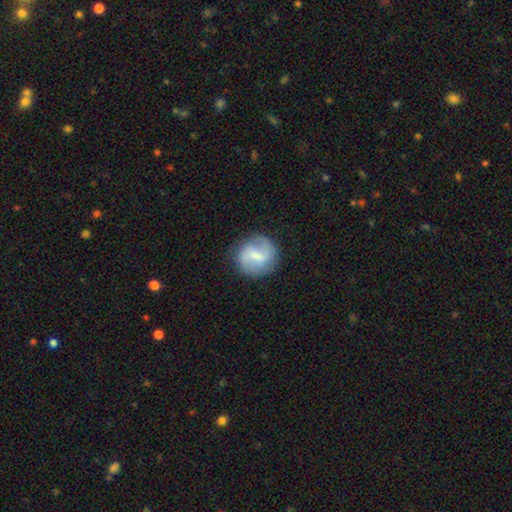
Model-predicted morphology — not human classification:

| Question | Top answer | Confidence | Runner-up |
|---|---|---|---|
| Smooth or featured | featured or disk | 49% | smooth (43%) |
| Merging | none | 78% | minor disturbance (15%) |